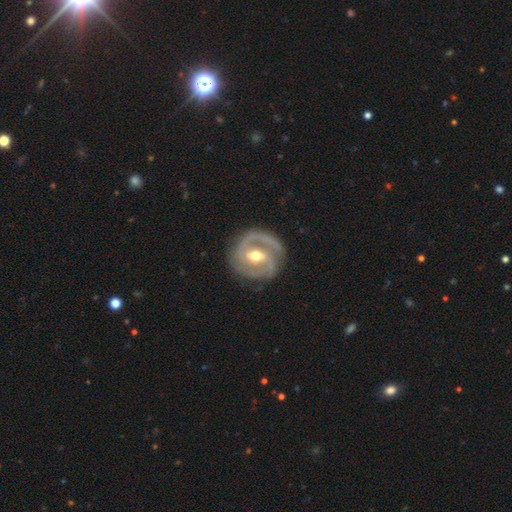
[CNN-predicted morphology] Smooth or featured?
  - featured or disk: 87% *
  - smooth: 9%
  - star or artifact: 4%
Edge-on disk?
  - no: 97% *
  - yes: 3%
Bar?
  - weak: 49% *
  - strong: 30%
  - no: 22%
Spiral arms?
  - yes: 94% *
  - no: 6%
Spiral winding?
  - tight: 53% *
  - medium: 38%
  - loose: 9%
Spiral arm count?
  - 2: 73% *
  - 3: 9%
  - can't tell: 8%
  - 1: 6%
  - 4: 2%
  - more than 4: 2%
Bulge size?
  - moderate: 74% *
  - small: 19%
  - large: 5%
  - none: 1%
  - dominant: 1%
Merging?
  - none: 80% *
  - minor disturbance: 13%
  - major disturbance: 5%
  - merger: 2%